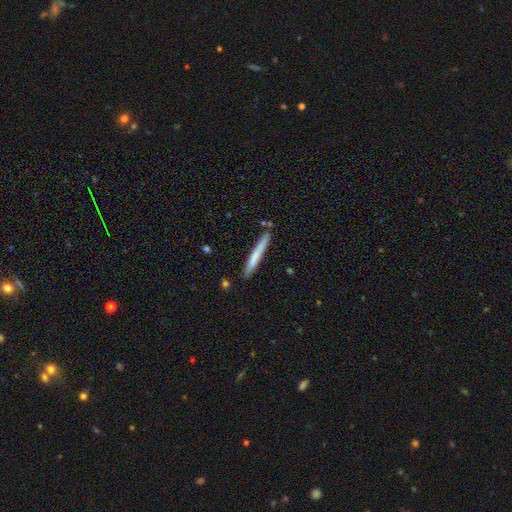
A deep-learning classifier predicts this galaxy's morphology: smooth 70%, featured or disk 25%, star or artifact 5%. Down the decision tree: how rounded — cigar-shaped (96%); merging — none (84%).